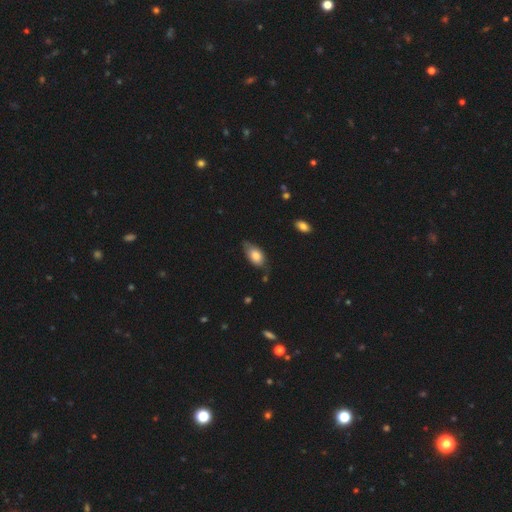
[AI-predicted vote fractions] Overall: smooth (76%). How rounded: in between (92%). Merging: none (59%; minor disturbance 32%).